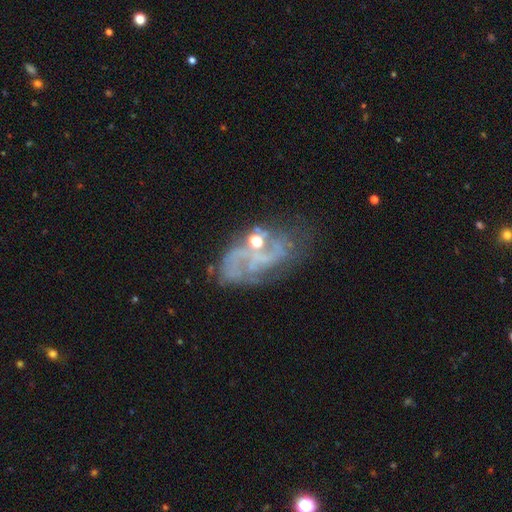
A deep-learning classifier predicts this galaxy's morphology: Overall: featured or disk (71%). Edge-on disk: no (96%). Bar: no (64%; weak 30%). Spiral arms: yes (71%). Bulge size: small (49%; moderate 24%). Merging: none (48%; major disturbance 24%).